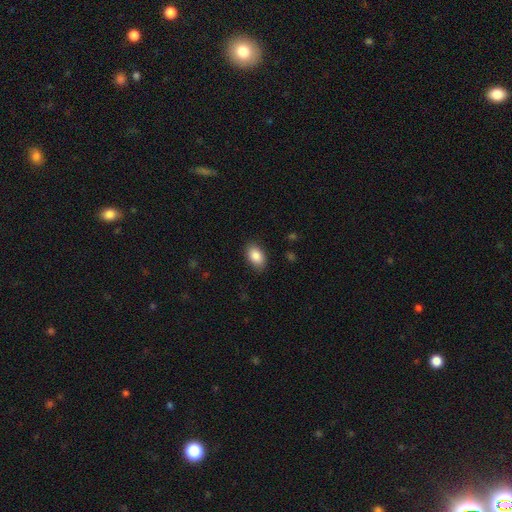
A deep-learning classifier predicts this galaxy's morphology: Smooth or featured: smooth — 87% (star or artifact — 7%)
How rounded: in between — 90% (round — 9%)
Merging: none — 86% (minor disturbance — 11%)